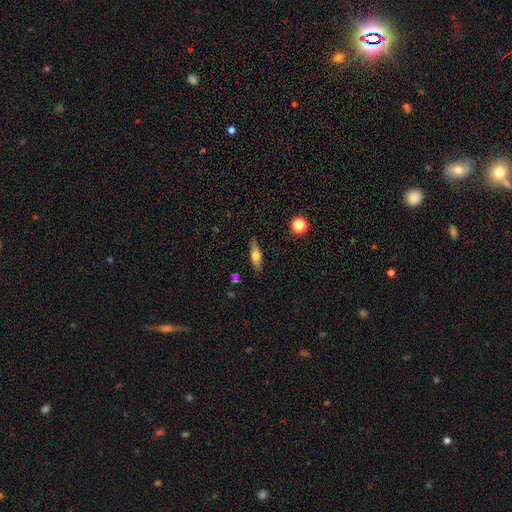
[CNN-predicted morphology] A smooth galaxy with no disk features (56%) that is cigar-shaped (50%). Merging: none (87%).